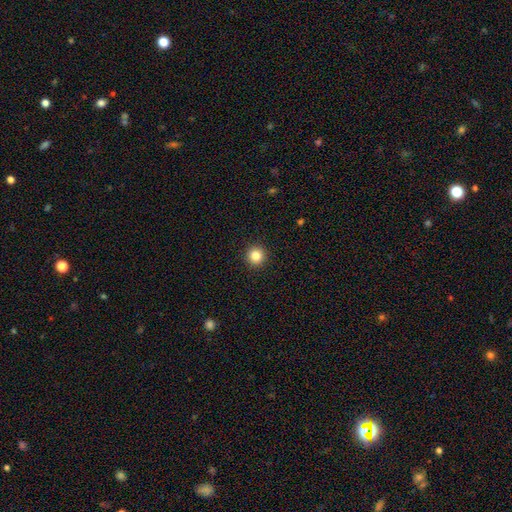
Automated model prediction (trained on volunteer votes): smooth 84%, star or artifact 11%, featured or disk 5%. Down the decision tree: how rounded — round (95%); merging — none (93%).